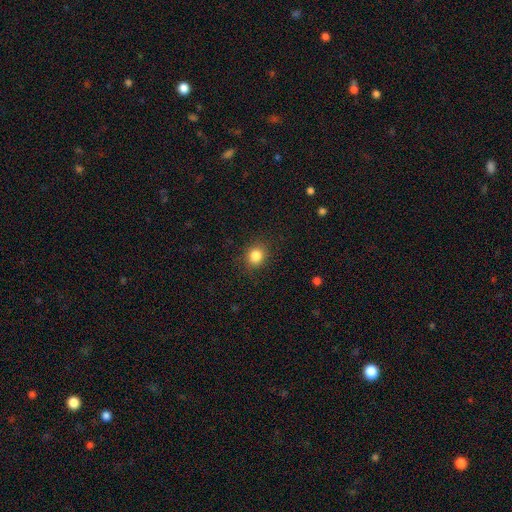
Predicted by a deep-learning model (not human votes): A smooth galaxy with no disk features (84%) that is round (74%). Merging: none (87%).